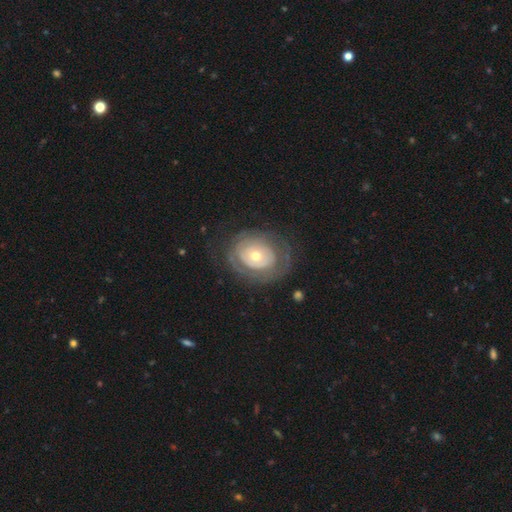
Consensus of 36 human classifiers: Morphology: type=featured or disk (67%); edge-on=no (100%); bar=no (75%); spiral arms=no (71%); bulge=moderate (62%); merging=none (66%).